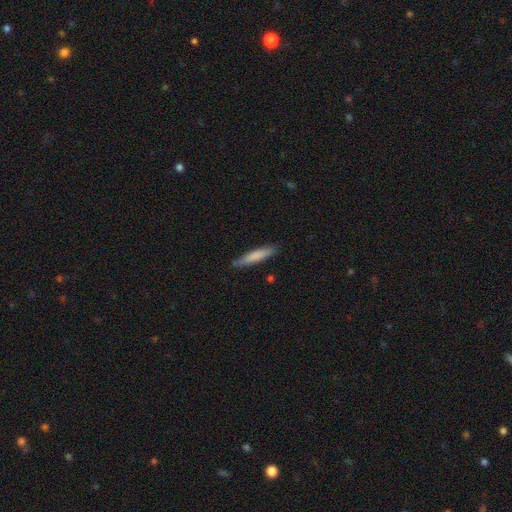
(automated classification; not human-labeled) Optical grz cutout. It shows a smooth galaxy with no disk features (78%) that is cigar-shaped (90%). Merging: none (85%).